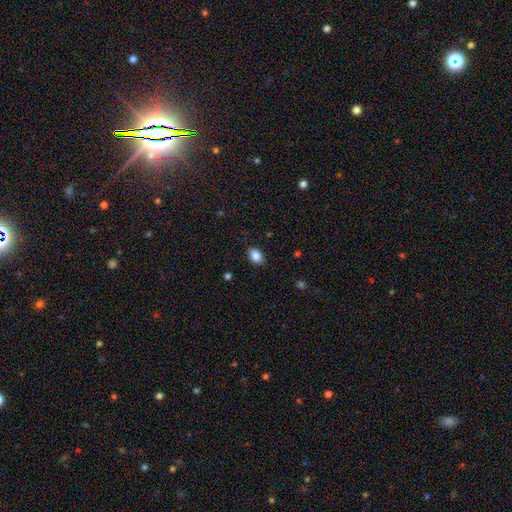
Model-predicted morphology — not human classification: The model was most divided on "how rounded": in between: 76%, round: 23%, cigar-shaped: 1%. More confident: smooth or featured — smooth (87%); merging — none (85%).